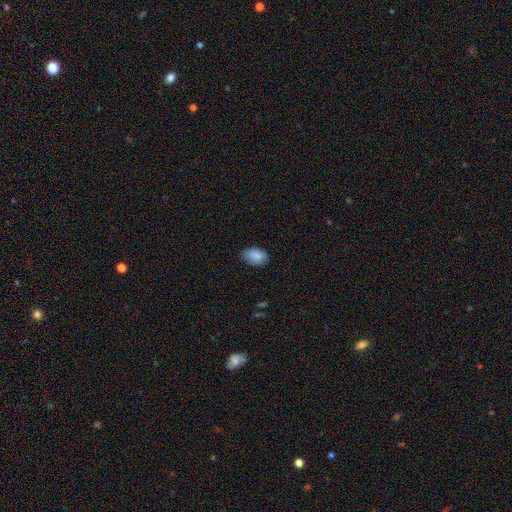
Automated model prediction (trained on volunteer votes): The model was most divided on "merging": none: 76%, minor disturbance: 20%, major disturbance: 3%, merger: 1%. More confident: how rounded — in between (87%); smooth or featured — smooth (87%).